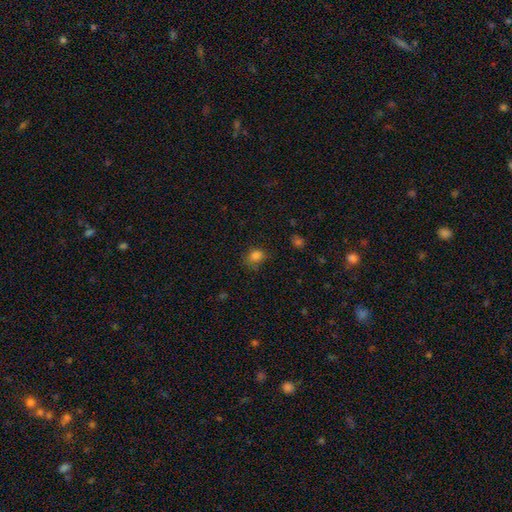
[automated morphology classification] Smooth or featured? Predicted: smooth (p=0.81). How rounded? Predicted: in between (p=0.50). Merging? Predicted: none (p=0.65).